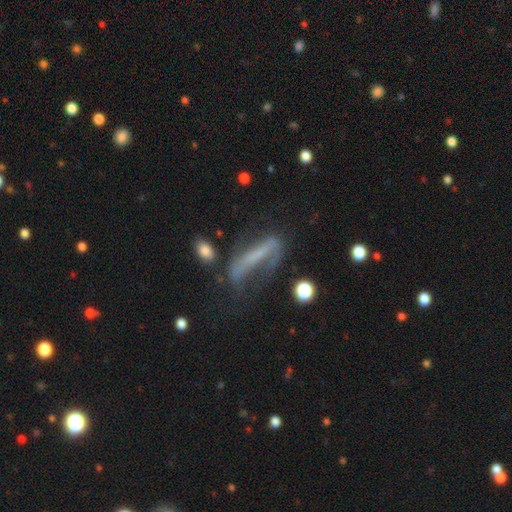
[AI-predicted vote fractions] This is possibly a featured or disk galaxy (51%). It is likely not viewed edge-on (64%). Merging: marginally none (34%, tied with major disturbance).